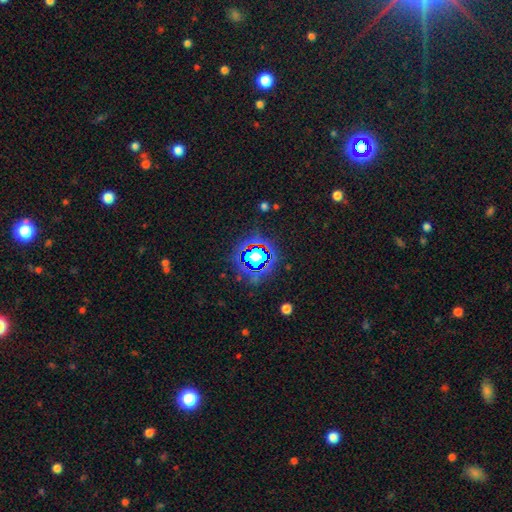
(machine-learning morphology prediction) Overall: star or artifact (63%; smooth 24%).